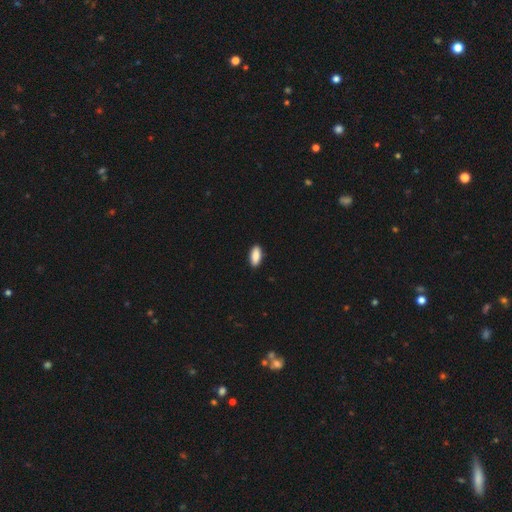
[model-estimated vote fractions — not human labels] smooth 89%, star or artifact 6%, featured or disk 5%. Down the decision tree: how rounded — in between (87%); merging — none (90%).